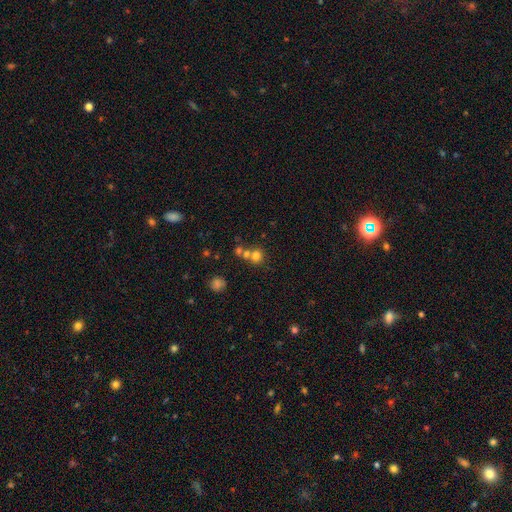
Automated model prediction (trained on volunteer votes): This is likely a smooth galaxy (74%). How rounded: clearly round (85%). Merging: possibly none (50%).